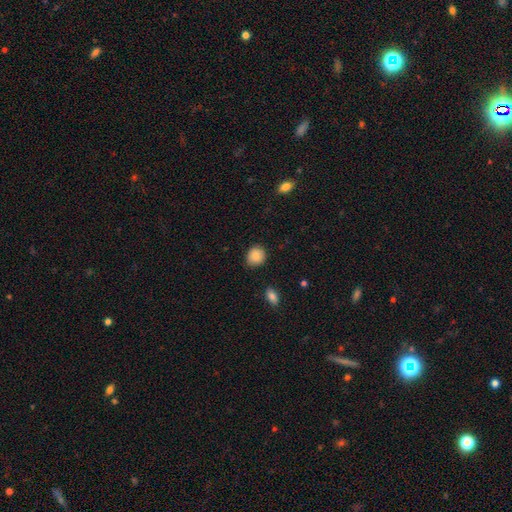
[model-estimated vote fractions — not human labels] Q: Smooth or featured?
A: smooth (87%); runner-up: star or artifact (8%)
Q: How rounded?
A: round (78%); runner-up: in between (21%)
Q: Merging?
A: none (84%); runner-up: minor disturbance (13%)